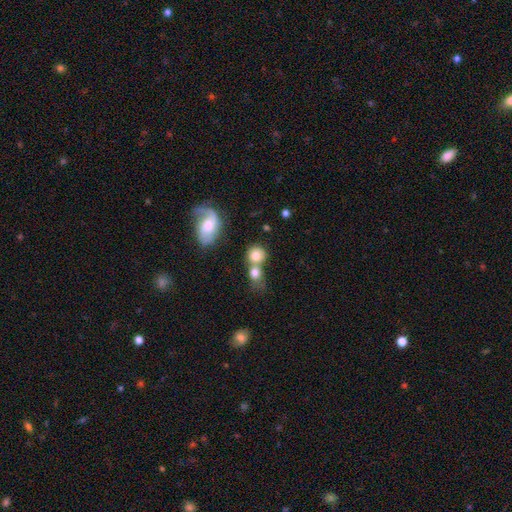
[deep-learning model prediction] smooth-or-featured: smooth: 75% | featured or disk: 15% | star or artifact: 10%
  how-rounded: round: 79% | in between: 19% | cigar-shaped: 2%
  merging: merger: 47% | none: 39% | minor disturbance: 9% | major disturbance: 6%